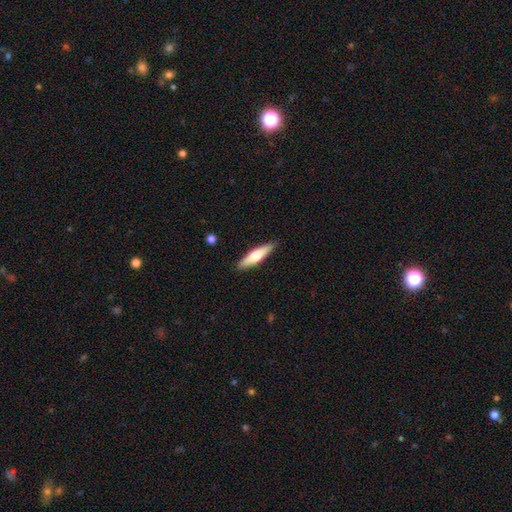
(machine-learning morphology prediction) Q: Smooth or featured?
A: smooth (56%); runner-up: featured or disk (39%)
Q: How rounded?
A: cigar-shaped (74%); runner-up: in between (24%)
Q: Merging?
A: none (89%); runner-up: minor disturbance (8%)